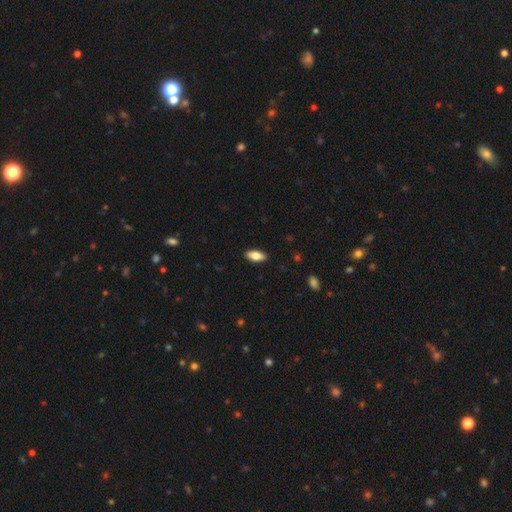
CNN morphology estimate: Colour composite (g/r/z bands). It shows a smooth galaxy with no disk features (77%) that is in between round and cigar-shaped (85%). Merging: none (90%).